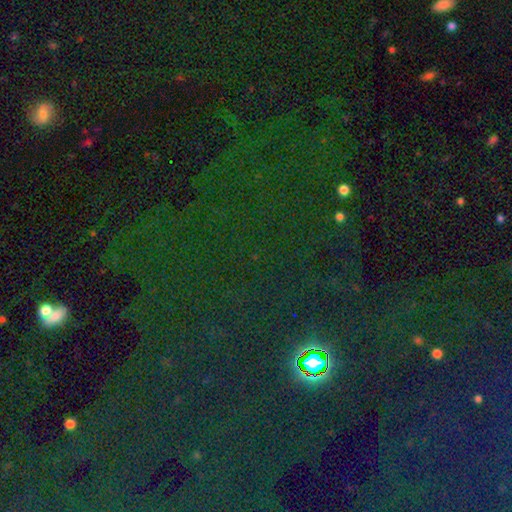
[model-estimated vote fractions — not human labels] Q: Smooth or featured?
A: star or artifact (80%); runner-up: smooth (12%)